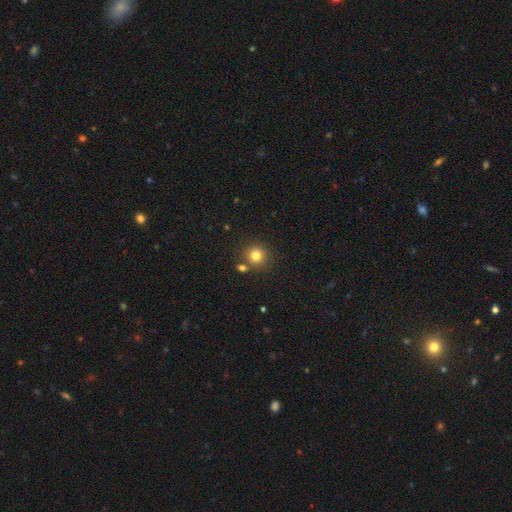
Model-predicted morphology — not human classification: smooth-or-featured: smooth: 80% | star or artifact: 13% | featured or disk: 7%
  how-rounded: round: 92% | in between: 7% | cigar-shaped: 1%
  merging: none: 78% | merger: 11% | minor disturbance: 8% | major disturbance: 3%